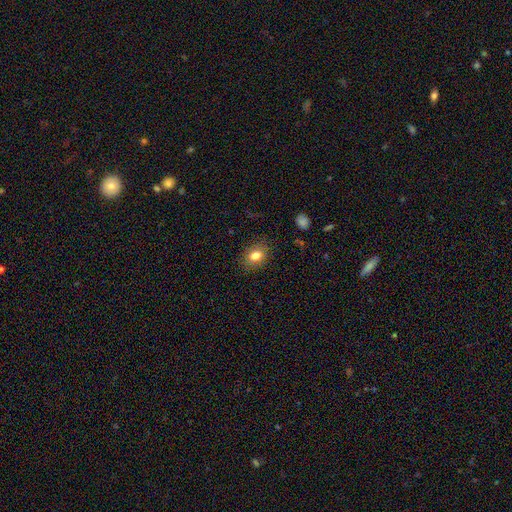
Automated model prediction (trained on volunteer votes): Smooth or featured?
  - smooth: 81% *
  - star or artifact: 10%
  - featured or disk: 9%
How rounded?
  - in between: 67% *
  - round: 32%
  - cigar-shaped: 1%
Merging?
  - none: 85% *
  - minor disturbance: 11%
  - major disturbance: 3%
  - merger: 1%